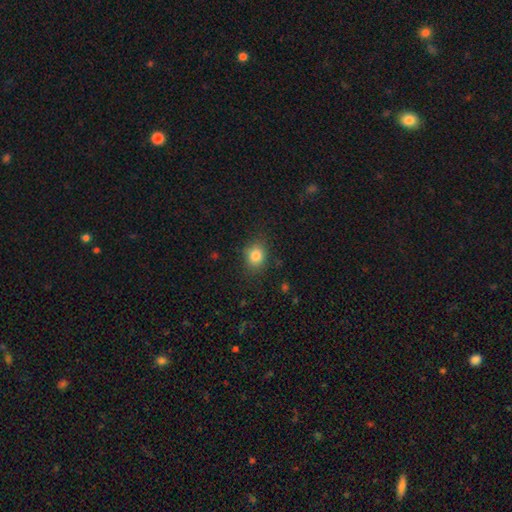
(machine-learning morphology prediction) The model was most divided on "how rounded": round: 61%, in between: 38%, cigar-shaped: 1%. More confident: merging — none (83%); smooth or featured — smooth (82%).